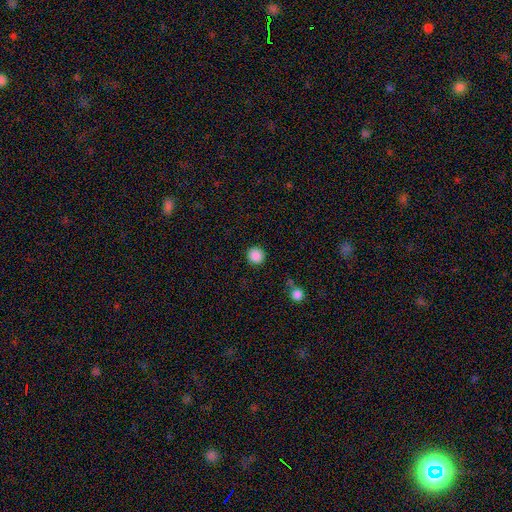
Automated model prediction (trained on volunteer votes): Smooth or featured?
  - smooth: 88% *
  - star or artifact: 10%
  - featured or disk: 2%
How rounded?
  - round: 95% *
  - in between: 4%
  - cigar-shaped: 1%
Merging?
  - none: 91% *
  - minor disturbance: 5%
  - major disturbance: 2%
  - merger: 2%